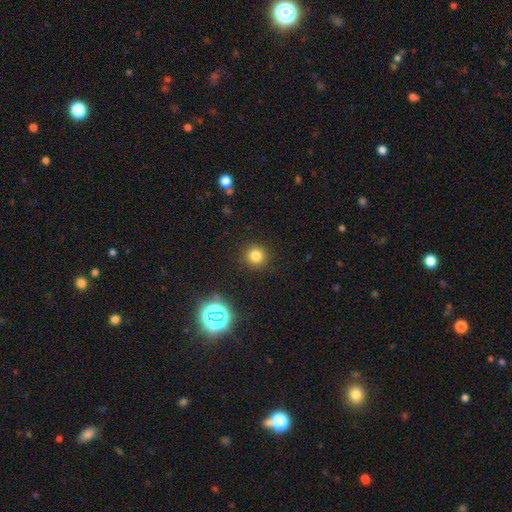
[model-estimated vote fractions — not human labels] Q: Smooth or featured?
A: smooth (78%); runner-up: star or artifact (16%)
Q: How rounded?
A: round (93%); runner-up: in between (6%)
Q: Merging?
A: none (91%); runner-up: minor disturbance (6%)